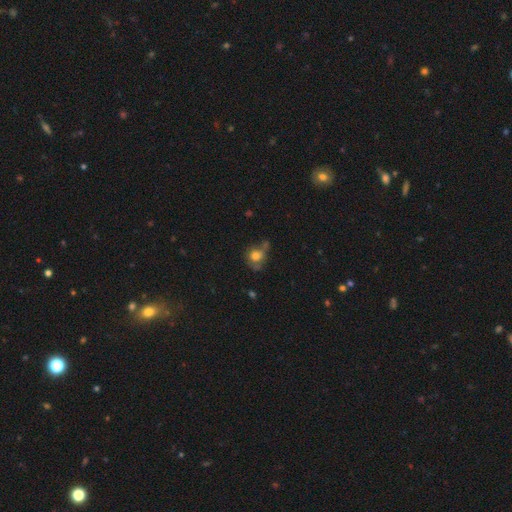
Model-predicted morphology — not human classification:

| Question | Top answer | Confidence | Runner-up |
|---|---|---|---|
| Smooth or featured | smooth | 71% | featured or disk (18%) |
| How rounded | round | 66% | in between (33%) |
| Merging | none | 41% | minor disturbance (27%) |